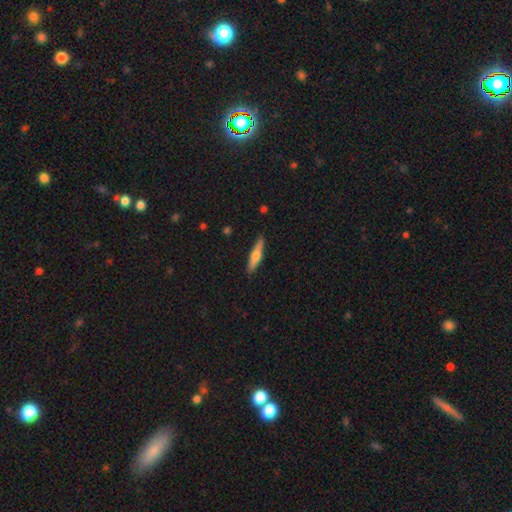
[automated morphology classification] This appears to be a featured or disk galaxy (49%). Merging: none (89%).